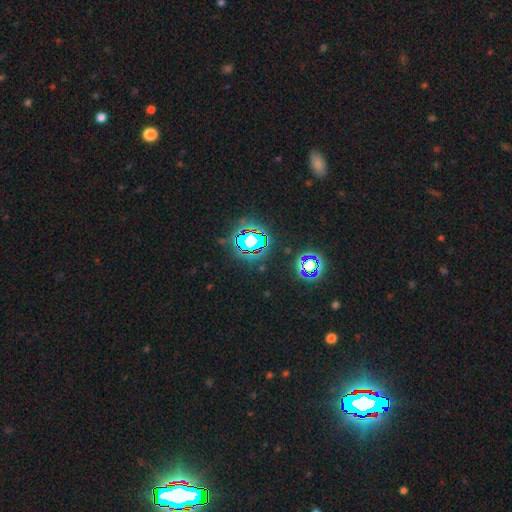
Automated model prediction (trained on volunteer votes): Q: Smooth or featured?
A: star or artifact (79%); runner-up: smooth (13%)